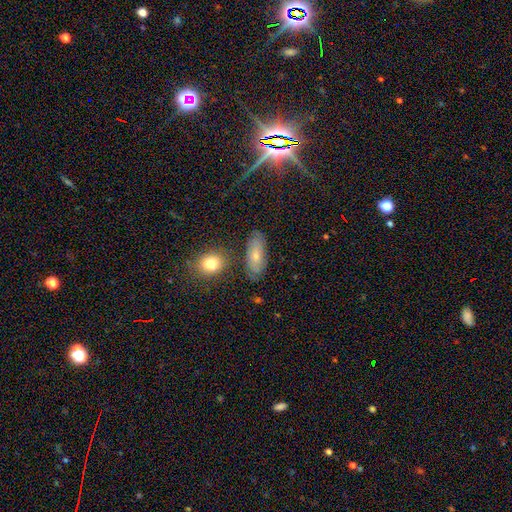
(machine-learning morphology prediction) smooth 58%, featured or disk 31%, star or artifact 11%. Down the decision tree: how rounded — in between (81%); merging — none (76%).